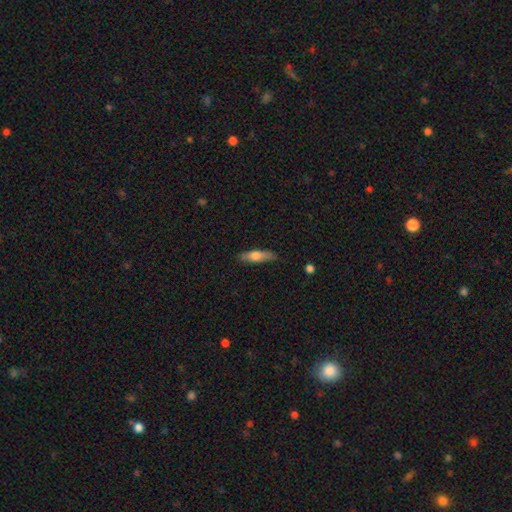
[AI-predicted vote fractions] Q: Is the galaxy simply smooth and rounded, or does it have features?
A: smooth — 64%.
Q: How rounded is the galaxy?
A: cigar-shaped — 67%.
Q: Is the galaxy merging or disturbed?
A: none — 82%.